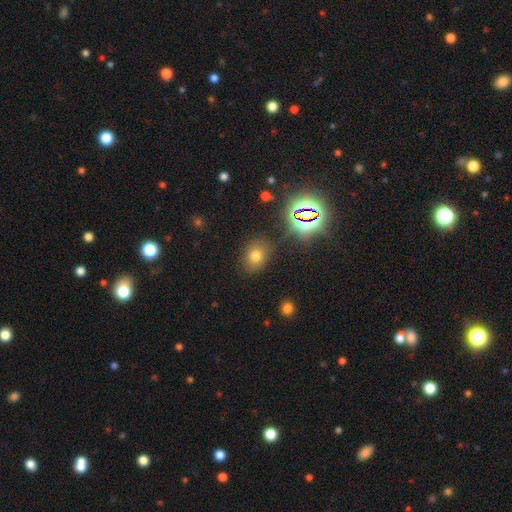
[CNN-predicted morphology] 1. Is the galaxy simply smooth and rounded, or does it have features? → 68% smooth, 22% star or artifact, 10% featured or disk.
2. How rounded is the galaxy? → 52% in between, 47% round, 1% cigar-shaped.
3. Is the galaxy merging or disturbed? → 81% none, 12% minor disturbance, 4% major disturbance, 3% merger.